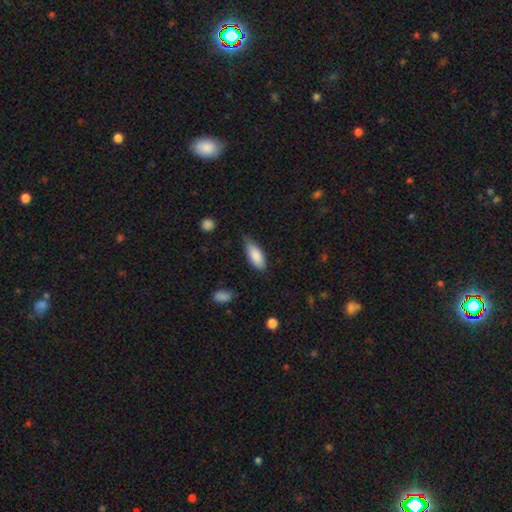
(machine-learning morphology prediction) This appears to be a smooth galaxy with no disk features (85%) that is in between round and cigar-shaped (77%). Merging: none (60%).